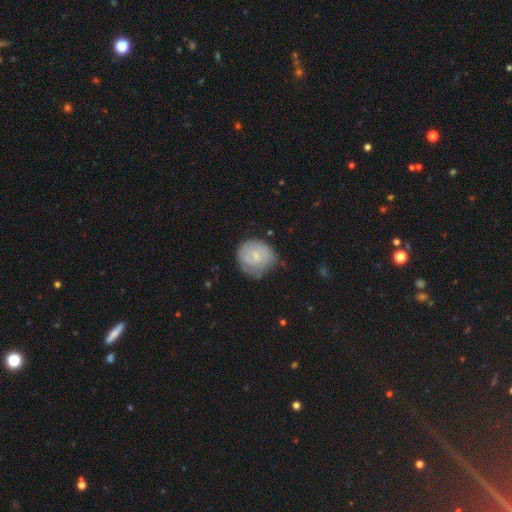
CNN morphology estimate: smooth_or_featured: smooth (p=0.49) [alt: featured or disk p=0.44]
merging: none (p=0.57) [alt: minor disturbance p=0.31]